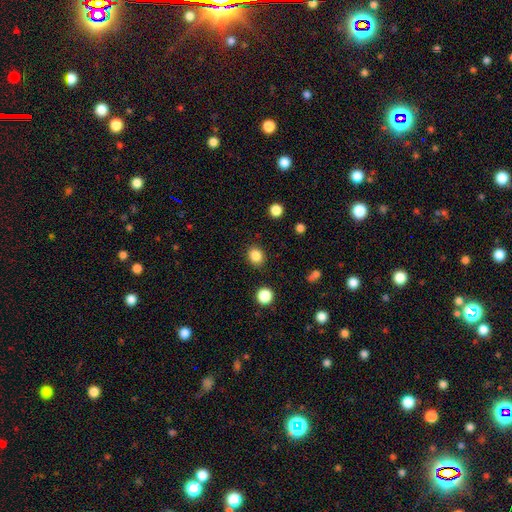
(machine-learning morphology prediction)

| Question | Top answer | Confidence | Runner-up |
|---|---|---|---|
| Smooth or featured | smooth | 85% | star or artifact (11%) |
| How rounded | round | 65% | in between (34%) |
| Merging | none | 88% | minor disturbance (8%) |